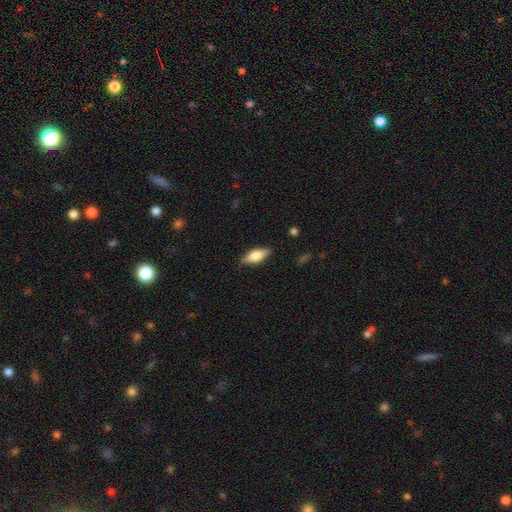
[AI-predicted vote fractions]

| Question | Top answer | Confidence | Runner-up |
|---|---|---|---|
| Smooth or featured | smooth | 68% | featured or disk (26%) |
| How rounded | in between | 73% | cigar-shaped (25%) |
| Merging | none | 84% | minor disturbance (12%) |